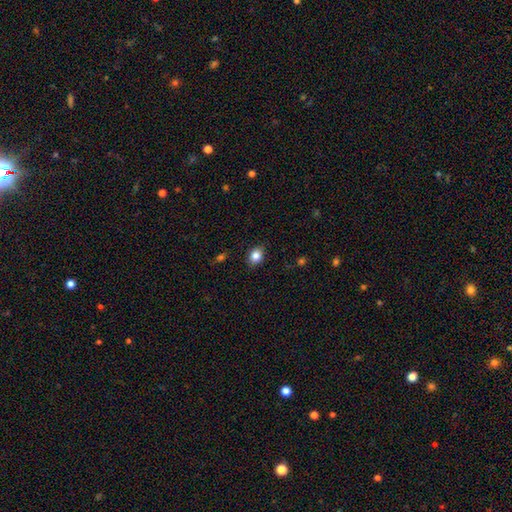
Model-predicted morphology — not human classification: Q: Smooth or featured?
A: smooth (84%); runner-up: star or artifact (10%)
Q: How rounded?
A: in between (58%); runner-up: round (41%)
Q: Merging?
A: none (85%); runner-up: minor disturbance (11%)